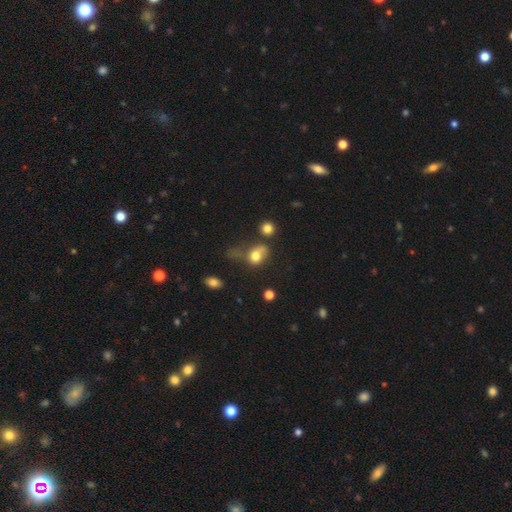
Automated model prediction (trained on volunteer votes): The model was most divided on "merging": major disturbance: 39%, none: 24%, minor disturbance: 22%, merger: 15%. More confident: smooth or featured — smooth (72%); how rounded — in between (58%).